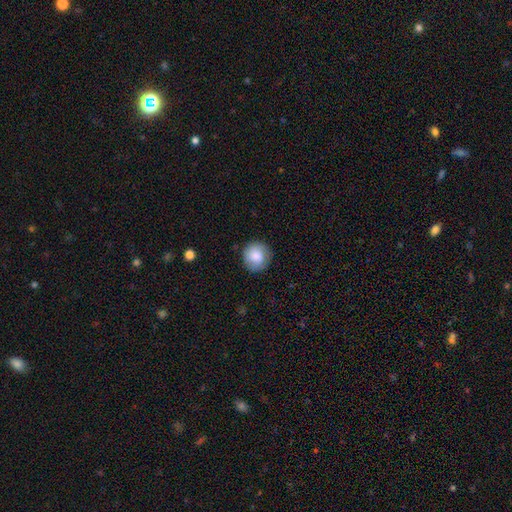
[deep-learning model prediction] The model was most divided on "smooth or featured": smooth: 79%, featured or disk: 14%, star or artifact: 7%. More confident: how rounded — round (93%); merging — none (83%).